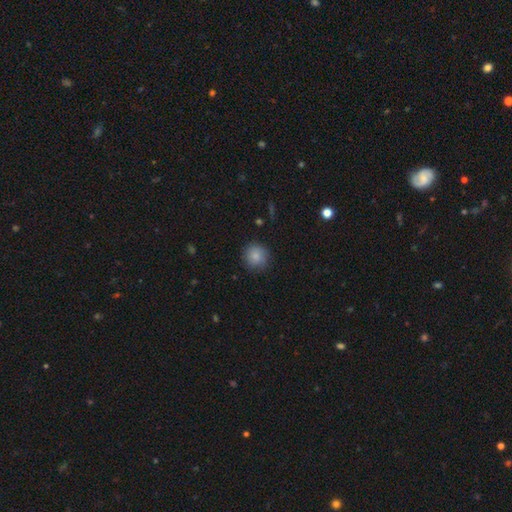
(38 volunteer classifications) Q: Smooth or featured?
A: smooth (84%); runner-up: featured or disk (16%)
Q: How rounded?
A: round (94%); runner-up: in between (6%)
Q: Merging?
A: none (89%); runner-up: minor disturbance (11%)